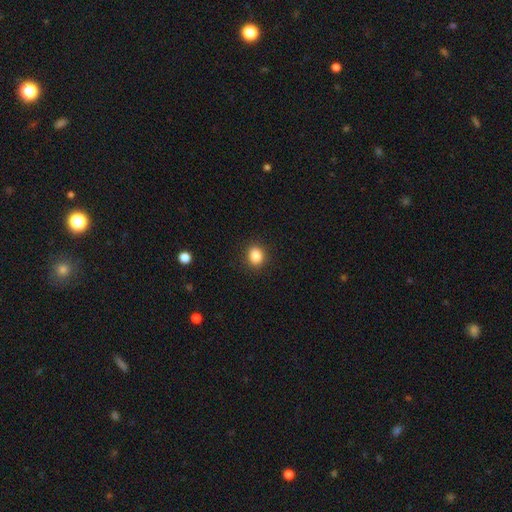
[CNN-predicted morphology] Smooth or featured?
  - smooth: 87% *
  - star or artifact: 10%
  - featured or disk: 4%
How rounded?
  - round: 66% *
  - in between: 33%
  - cigar-shaped: 1%
Merging?
  - none: 90% *
  - minor disturbance: 7%
  - major disturbance: 2%
  - merger: 1%